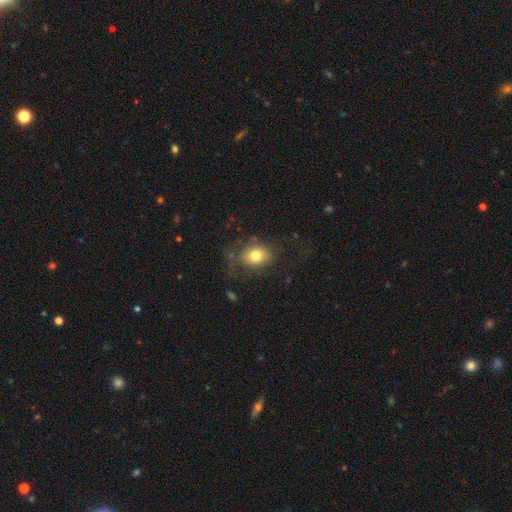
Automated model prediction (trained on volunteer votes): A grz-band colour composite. It shows a smooth galaxy with no disk features (76%) that is round (51%). Merging: none (67%).